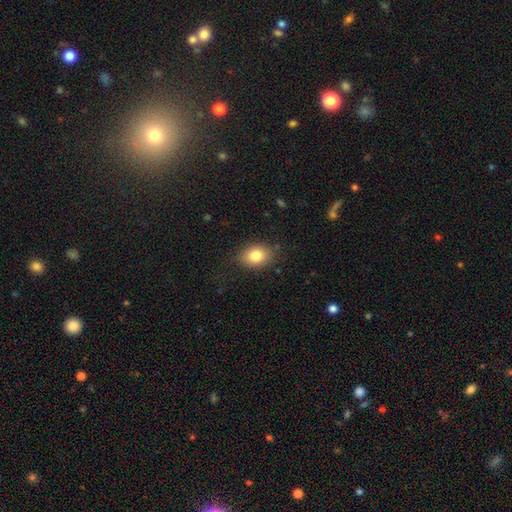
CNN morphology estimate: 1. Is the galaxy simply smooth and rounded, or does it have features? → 82% smooth, 9% featured or disk, 9% star or artifact.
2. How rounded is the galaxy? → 75% in between, 24% round, 1% cigar-shaped.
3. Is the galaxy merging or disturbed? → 81% none, 14% minor disturbance, 4% major disturbance, 1% merger.